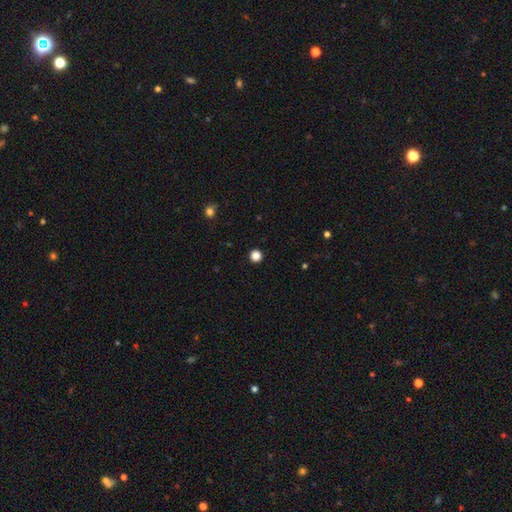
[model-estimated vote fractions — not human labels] smooth_or_featured: smooth (p=0.84) [alt: star or artifact p=0.14]
how_rounded: round (p=0.95) [alt: in between p=0.04]
merging: none (p=0.93) [alt: minor disturbance p=0.04]